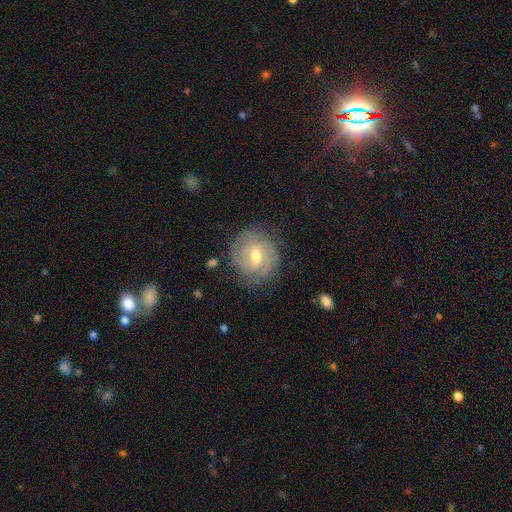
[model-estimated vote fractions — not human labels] featured or disk 79%, smooth 15%, star or artifact 6%. Down the decision tree: edge-on disk — no (97%); bar — weak (57%); spiral arms — yes (91%); spiral arm count — 2 (35%); spiral winding — tight (65%); bulge size — moderate (62%); merging — none (79%).